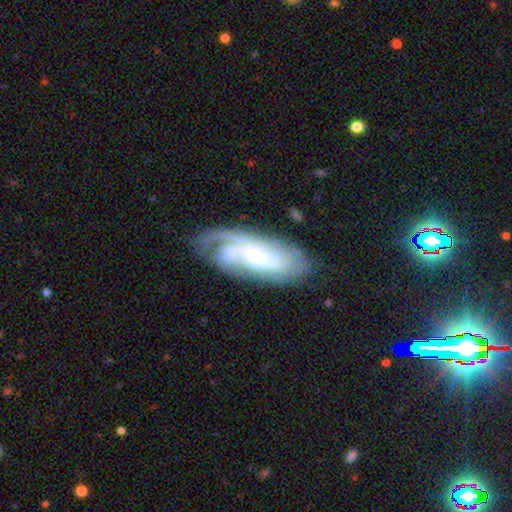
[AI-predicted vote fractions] Smooth or featured? featured or disk (81%)
Edge-on disk? no (93%)
Bar? no (65%)
Spiral arms? yes (95%)
Spiral winding? tight (58%)
Spiral arm count? can't tell (31%)
Bulge size? small (72%)
Merging? none (68%)